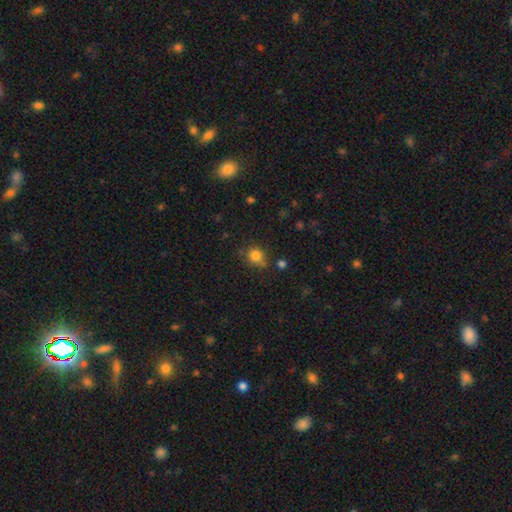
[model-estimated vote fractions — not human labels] smooth 81%, star or artifact 13%, featured or disk 6%. Down the decision tree: how rounded — round (81%); merging — none (68%).